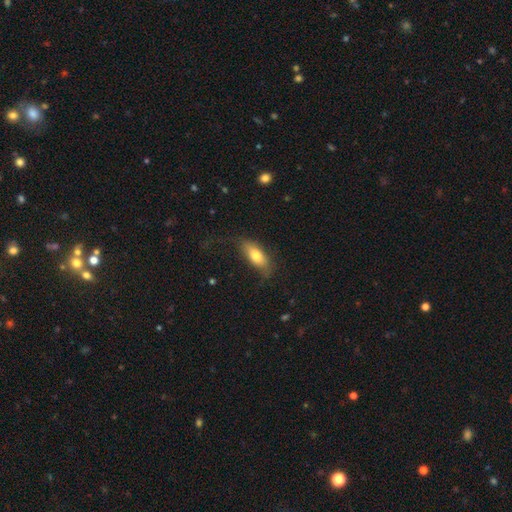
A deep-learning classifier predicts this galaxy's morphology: Smooth or featured: smooth — 71% (featured or disk — 22%)
How rounded: in between — 78% (cigar-shaped — 18%)
Merging: none — 62% (minor disturbance — 24%)